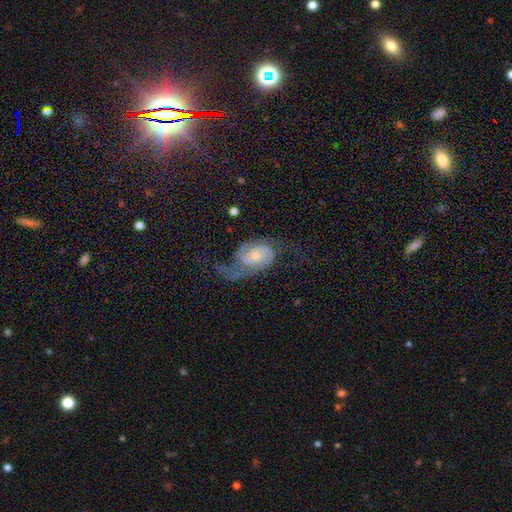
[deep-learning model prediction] Smooth or featured? Predicted: featured or disk (p=0.76). Edge-on disk? Predicted: no (p=0.97). Bar? Predicted: no (p=0.71). Spiral arms? Predicted: yes (p=0.90). Spiral winding? Predicted: medium (p=0.41). Spiral arm count? Predicted: 2 (p=0.69). Bulge size? Predicted: small (p=0.56). Merging? Predicted: major disturbance (p=0.40).